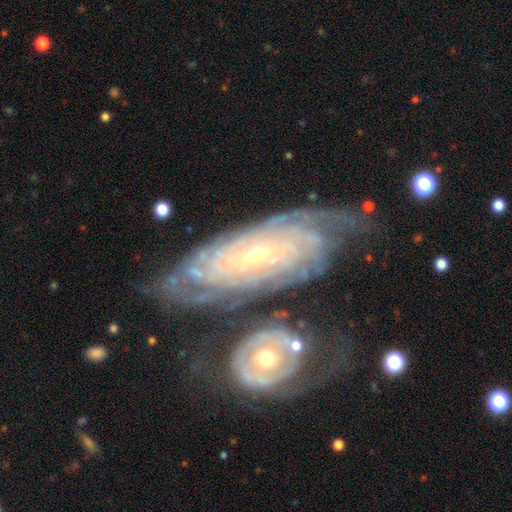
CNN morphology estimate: Smooth or featured: featured or disk — 88% (smooth — 6%)
Edge-on disk: no — 91% (yes — 9%)
Bar: no — 49% (weak — 35%)
Spiral arms: yes — 97% (no — 3%)
Spiral winding: tight — 83% (medium — 14%)
Spiral arm count: can't tell — 39% (4 — 18%)
Bulge size: small — 60% (moderate — 35%)
Merging: none — 60% (minor disturbance — 20%)